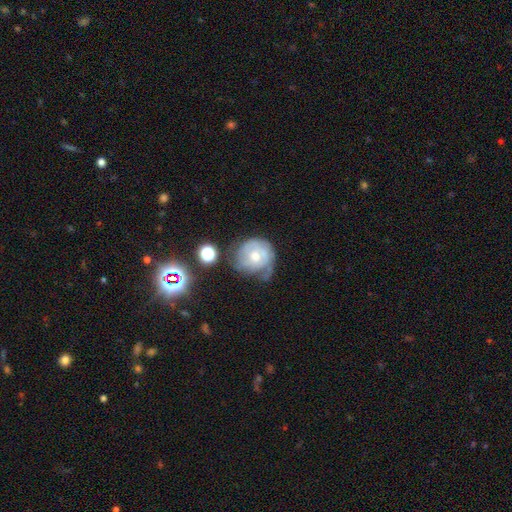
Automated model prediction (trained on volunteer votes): The model was most divided on "merging": none: 43%, minor disturbance: 32%, major disturbance: 20%, merger: 5%. More confident: edge-on disk — no (97%); bar — no (78%); spiral arms — yes (75%); bulge size — moderate (65%); smooth or featured — featured or disk (60%).